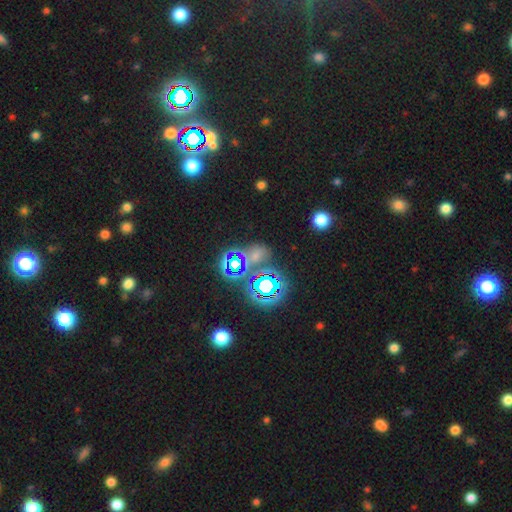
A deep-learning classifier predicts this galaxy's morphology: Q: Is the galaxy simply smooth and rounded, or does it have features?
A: star or artifact — 59%.